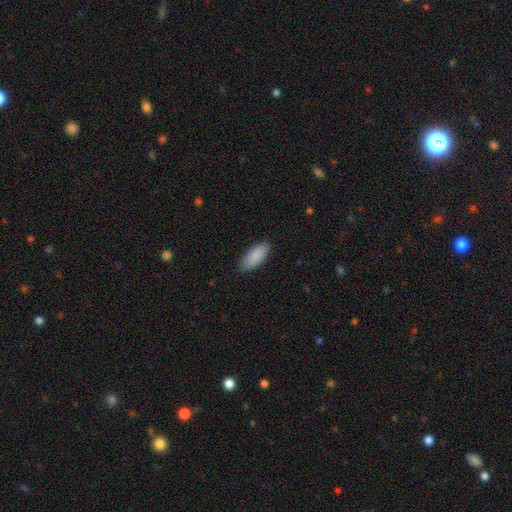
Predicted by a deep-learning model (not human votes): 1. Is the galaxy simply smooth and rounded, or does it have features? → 89% smooth, 6% star or artifact, 5% featured or disk.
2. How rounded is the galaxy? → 83% in between, 15% cigar-shaped, 2% round.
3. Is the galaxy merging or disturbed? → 84% none, 13% minor disturbance, 2% major disturbance, 1% merger.